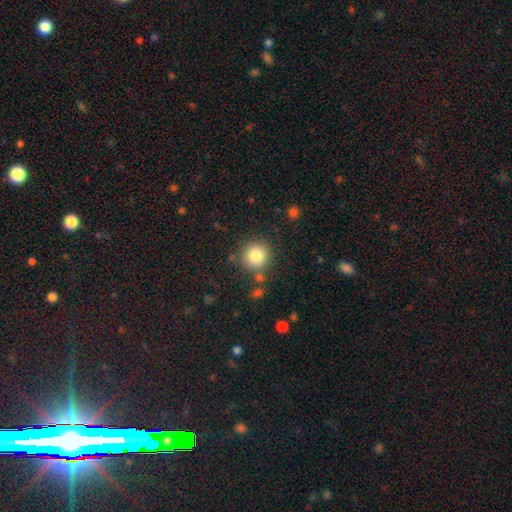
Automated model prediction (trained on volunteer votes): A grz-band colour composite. It shows a smooth galaxy with no disk features (82%) that is round (92%). Merging: none (81%).